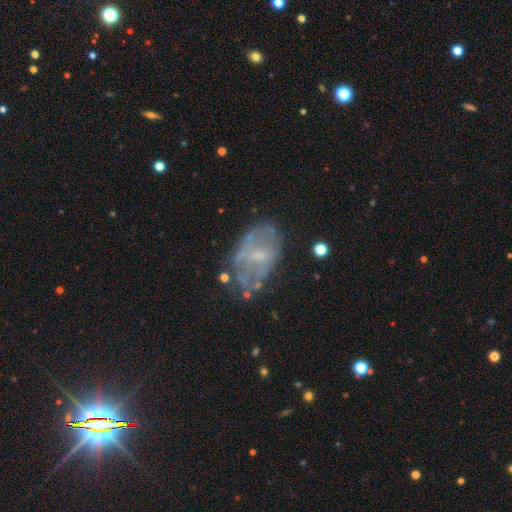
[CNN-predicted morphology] A featured or disk galaxy (59%) with no bar (47%), no spiral arms (66%) and a small central bulge (50%). Merging: none (51%).